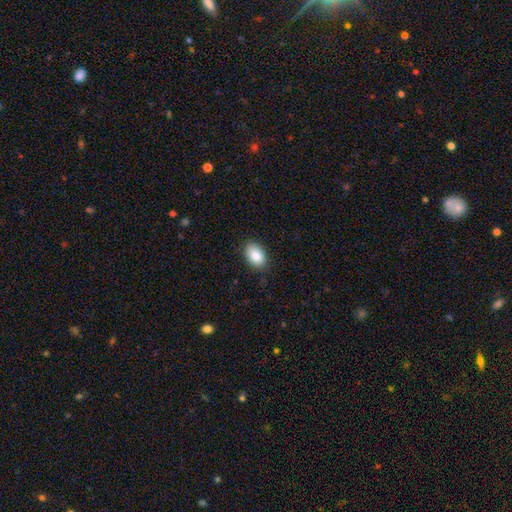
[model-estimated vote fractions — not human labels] Q: Smooth or featured?
A: smooth (86%); runner-up: star or artifact (8%)
Q: How rounded?
A: in between (87%); runner-up: round (12%)
Q: Merging?
A: none (85%); runner-up: minor disturbance (11%)